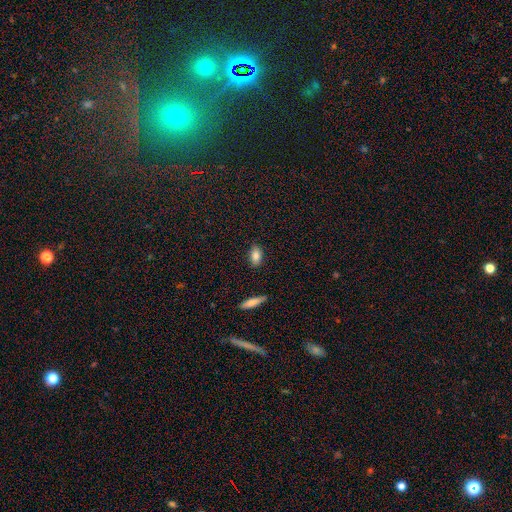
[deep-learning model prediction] Q: Smooth or featured?
A: smooth (84%); runner-up: star or artifact (8%)
Q: How rounded?
A: in between (86%); runner-up: round (8%)
Q: Merging?
A: none (84%); runner-up: minor disturbance (12%)